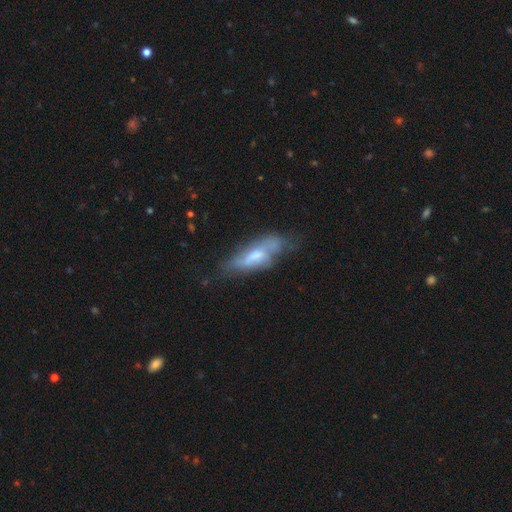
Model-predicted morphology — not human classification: smooth-or-featured: featured or disk: 48% | smooth: 44% | star or artifact: 8%
  merging: none: 46% | minor disturbance: 31% | major disturbance: 19% | merger: 5%